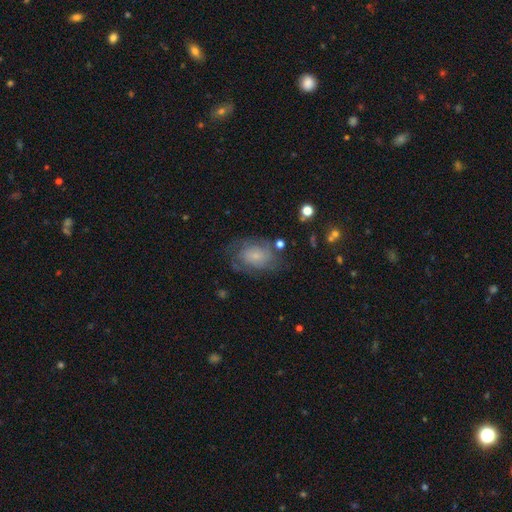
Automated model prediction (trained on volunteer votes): Overall: featured or disk (55%; smooth 36%). Edge-on disk: no (96%). Bar: no (77%). Spiral arms: yes (79%). Bulge size: small (65%). Merging: none (59%; minor disturbance 22%).